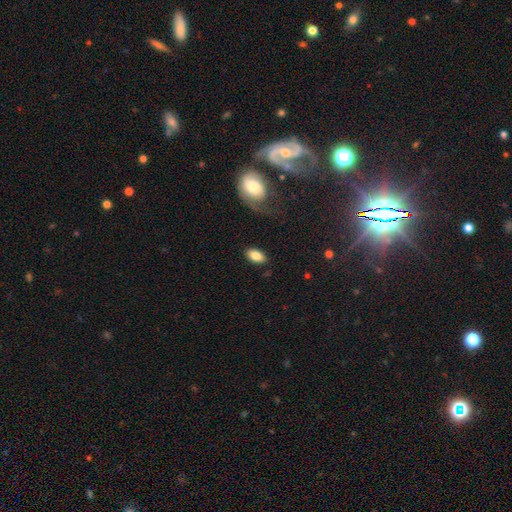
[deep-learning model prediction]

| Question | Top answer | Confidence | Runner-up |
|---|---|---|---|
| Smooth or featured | smooth | 84% | featured or disk (9%) |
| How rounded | in between | 93% | round (5%) |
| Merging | none | 85% | minor disturbance (10%) |